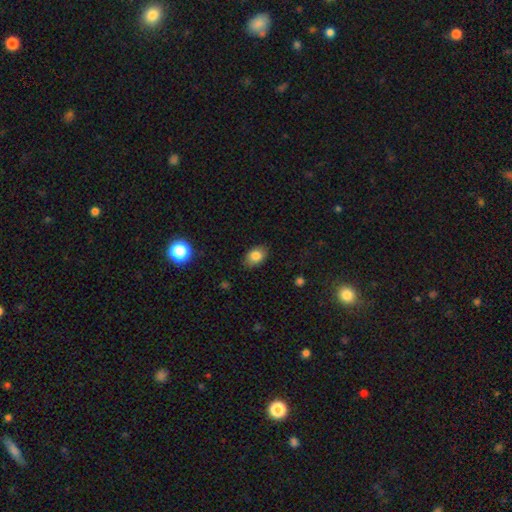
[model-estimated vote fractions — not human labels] smooth 83%, star or artifact 9%, featured or disk 7%. Down the decision tree: how rounded — in between (78%); merging — none (83%).